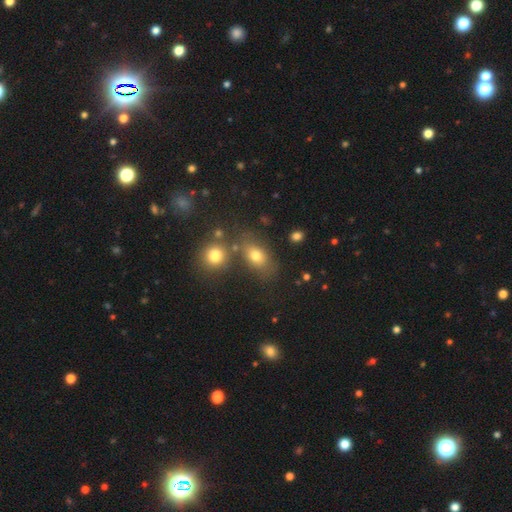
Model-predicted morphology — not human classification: Smooth or featured? smooth (71%)
How rounded? in between (73%)
Merging? none (67%)